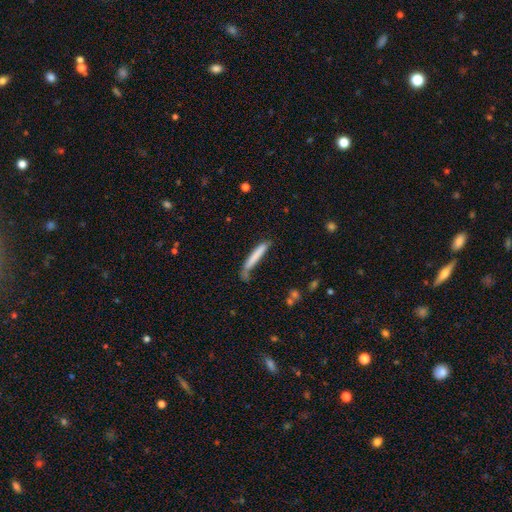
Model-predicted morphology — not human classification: Smooth or featured: smooth — 75% (featured or disk — 18%)
How rounded: cigar-shaped — 94% (in between — 4%)
Merging: none — 62% (minor disturbance — 23%)